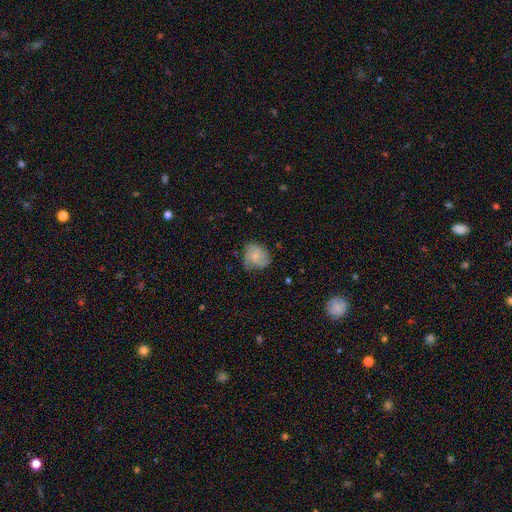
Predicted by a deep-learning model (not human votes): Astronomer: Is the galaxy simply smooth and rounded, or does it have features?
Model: smooth — 54% (runner-up: featured or disk, 38%).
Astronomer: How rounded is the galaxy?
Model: round — 63%.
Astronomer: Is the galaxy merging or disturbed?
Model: none — 54% (runner-up: minor disturbance, 33%).